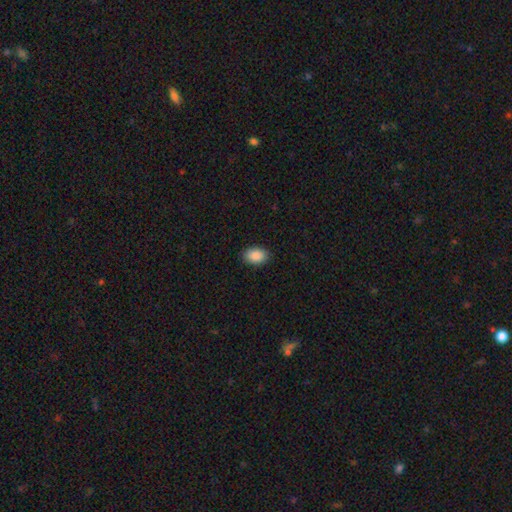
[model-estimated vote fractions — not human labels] Overall: smooth (89%). How rounded: in between (88%). Merging: none (89%).